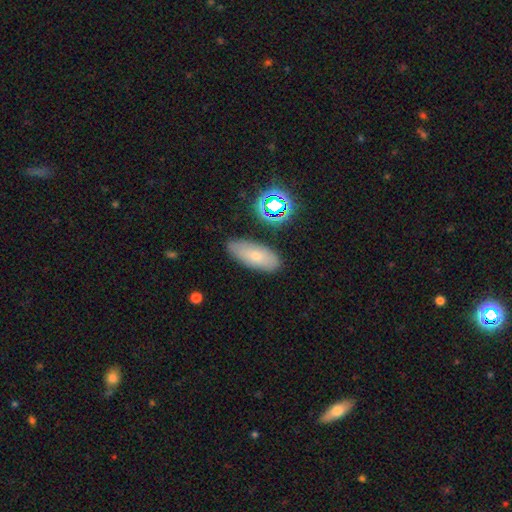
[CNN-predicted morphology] Smooth or featured?
  - smooth: 69% *
  - featured or disk: 19%
  - star or artifact: 12%
How rounded?
  - in between: 79% *
  - cigar-shaped: 17%
  - round: 4%
Merging?
  - none: 81% *
  - minor disturbance: 14%
  - major disturbance: 3%
  - merger: 3%